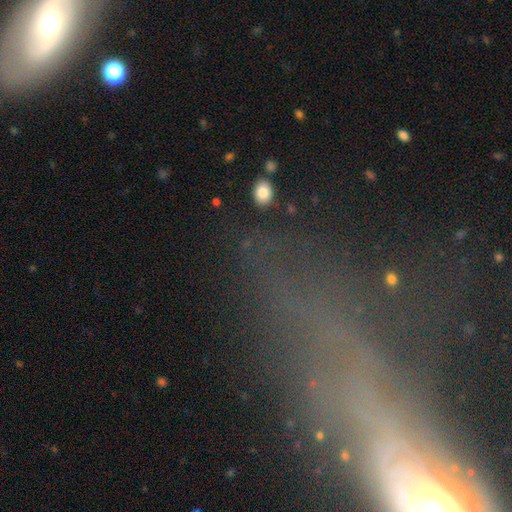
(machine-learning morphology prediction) Smooth or featured? Predicted: star or artifact (p=0.44).